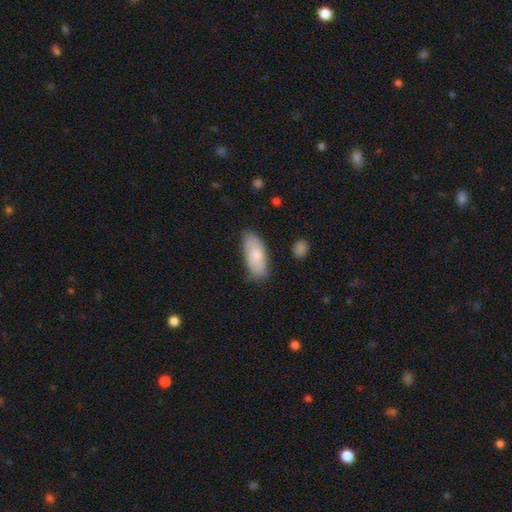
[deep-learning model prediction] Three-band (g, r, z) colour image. It shows a smooth galaxy with no disk features (77%) that is in between round and cigar-shaped (86%). Merging: none (75%).